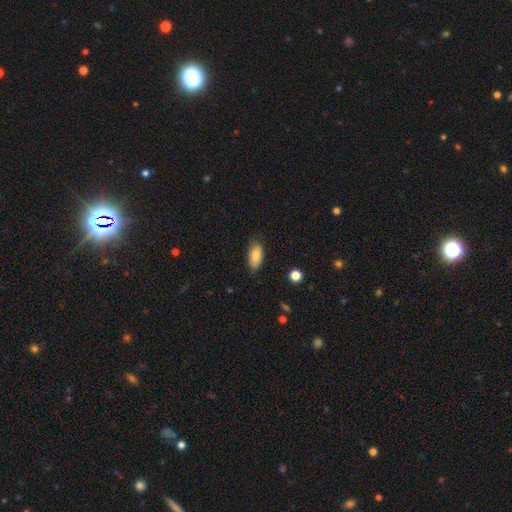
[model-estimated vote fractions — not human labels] Smooth or featured: smooth — 82% (featured or disk — 11%)
How rounded: in between — 88% (cigar-shaped — 9%)
Merging: none — 80% (minor disturbance — 16%)